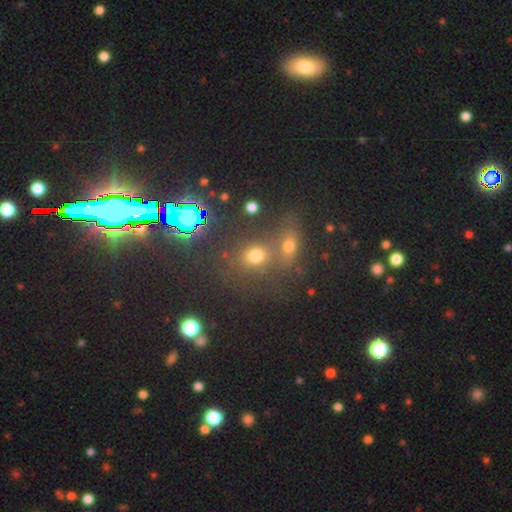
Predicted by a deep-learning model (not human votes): This appears to be a smooth galaxy with no disk features (65%) that is round (63%). Merging: none (52%).